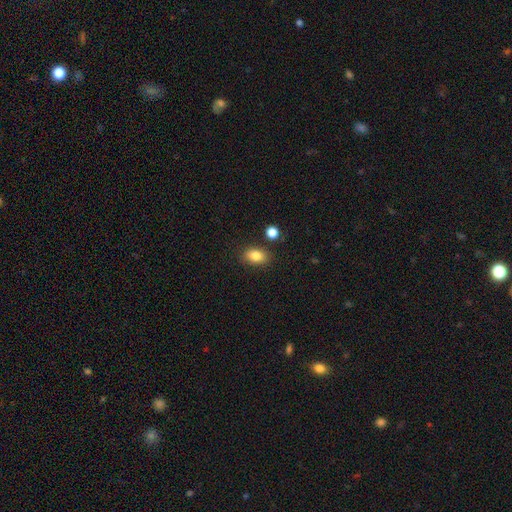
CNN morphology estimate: smooth 83%, star or artifact 9%, featured or disk 7%. Down the decision tree: how rounded — in between (81%); merging — none (82%).